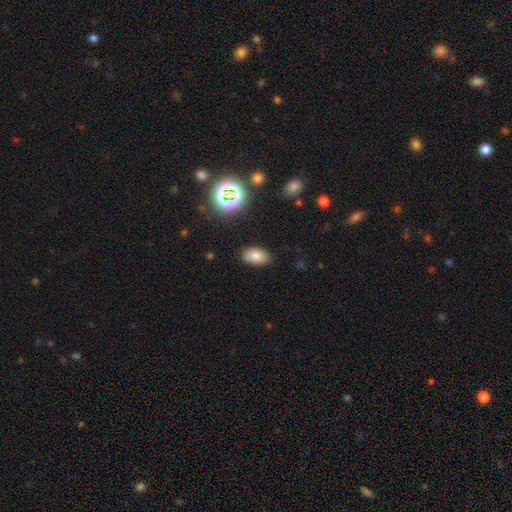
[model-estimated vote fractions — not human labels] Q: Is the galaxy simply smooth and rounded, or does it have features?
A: smooth — 76%.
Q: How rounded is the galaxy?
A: in between — 91%.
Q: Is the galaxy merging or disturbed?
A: none — 82%.